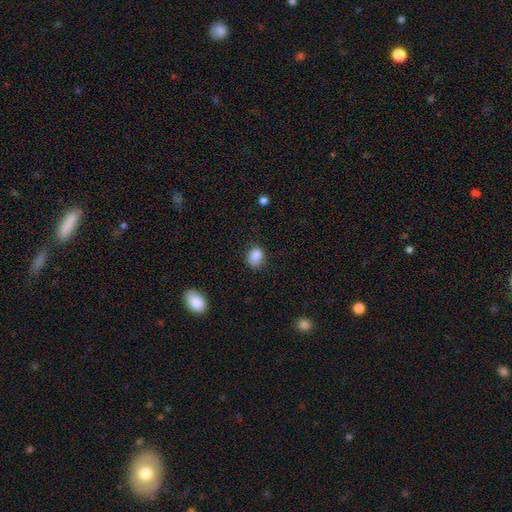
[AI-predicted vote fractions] A smooth galaxy with no disk features (87%) that is in between round and cigar-shaped (53%).

Vote fractions:
- Smooth or featured? smooth: 87% / star or artifact: 9% / featured or disk: 4%
- How rounded? in between: 53% / round: 46% / cigar-shaped: 1%
- Merging? none: 67% / minor disturbance: 26% / major disturbance: 6% / merger: 2%